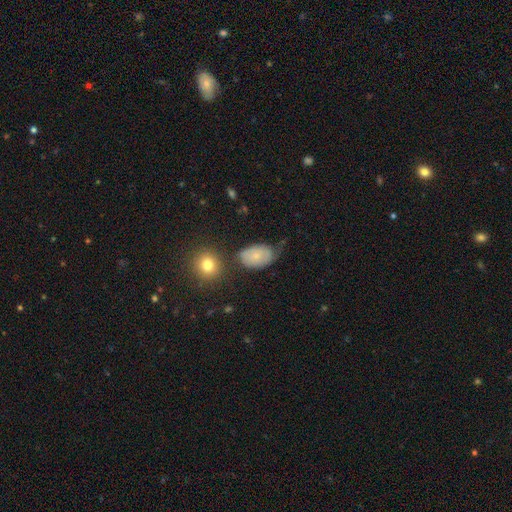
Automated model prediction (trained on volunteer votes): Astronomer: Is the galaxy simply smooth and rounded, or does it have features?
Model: smooth — 69%.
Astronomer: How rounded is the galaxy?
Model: in between — 84%.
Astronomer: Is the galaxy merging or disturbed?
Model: none — 47% (runner-up: minor disturbance, 34%).